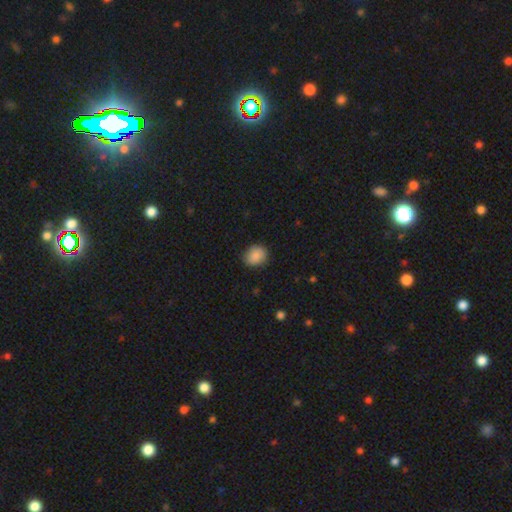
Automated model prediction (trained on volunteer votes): smooth_or_featured: smooth (p=0.87) [alt: star or artifact p=0.08]
how_rounded: round (p=0.69) [alt: in between p=0.30]
merging: none (p=0.85) [alt: minor disturbance p=0.12]